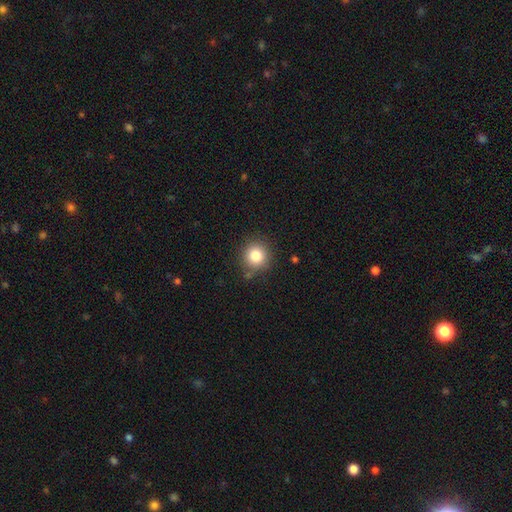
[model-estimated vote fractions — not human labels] Overall: smooth (82%). How rounded: round (92%). Merging: none (84%).